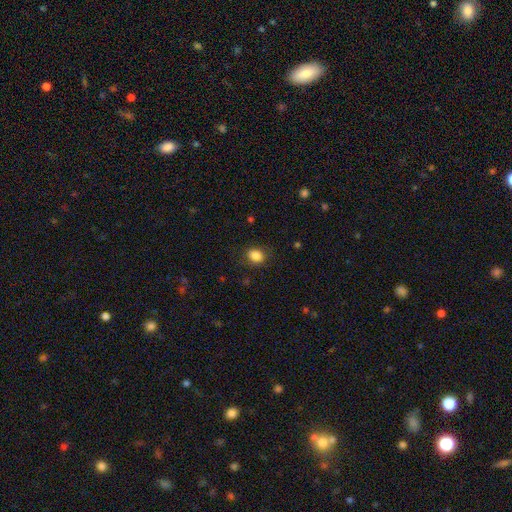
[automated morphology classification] Smooth or featured? smooth (86%)
How rounded? round (51%)
Merging? none (83%)